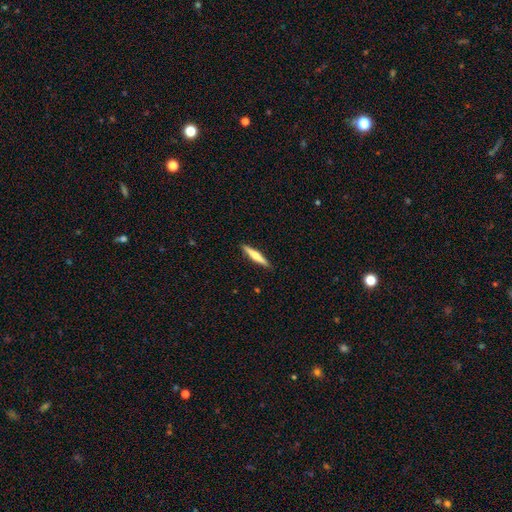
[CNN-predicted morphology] Smooth or featured? featured or disk (49%)
Merging? none (91%)